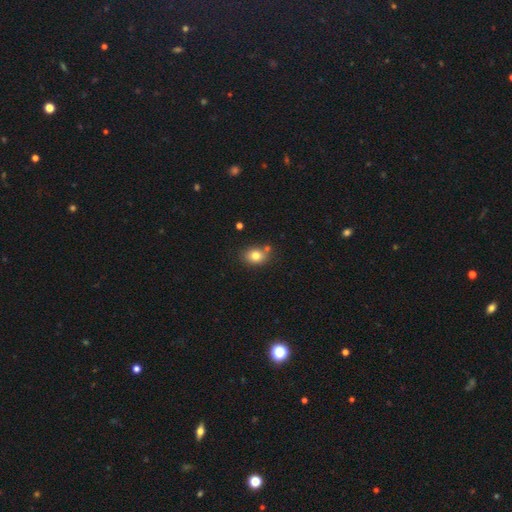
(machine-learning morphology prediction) Smooth or featured? smooth (79%)
How rounded? in between (55%)
Merging? none (70%)